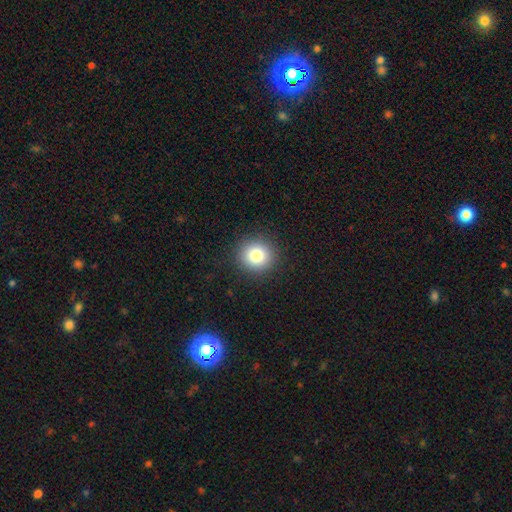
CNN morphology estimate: type=smooth (81%); roundness=round (89%); merging=none (91%).